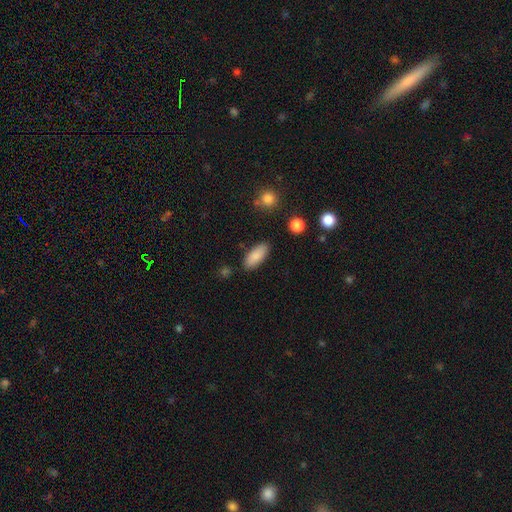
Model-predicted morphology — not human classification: Overall: smooth (87%). How rounded: in between (81%). Merging: none (85%).